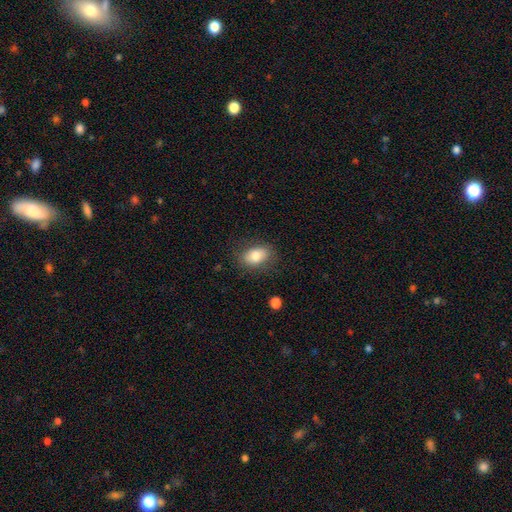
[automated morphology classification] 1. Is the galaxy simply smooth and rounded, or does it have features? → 81% smooth, 11% featured or disk, 8% star or artifact.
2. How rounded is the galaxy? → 82% in between, 16% round, 1% cigar-shaped.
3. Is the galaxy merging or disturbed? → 79% none, 14% minor disturbance, 5% major disturbance, 1% merger.